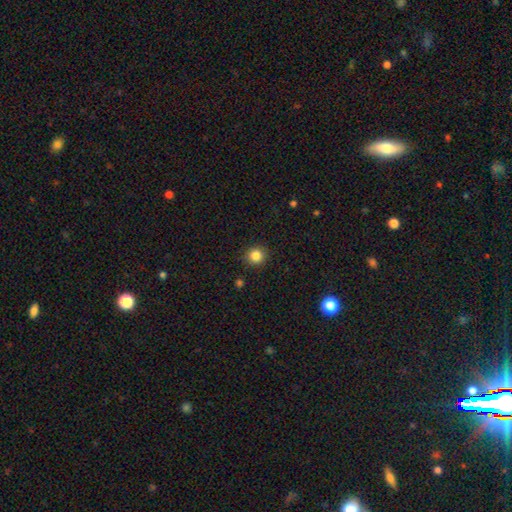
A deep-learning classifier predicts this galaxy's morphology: smooth 84%, star or artifact 11%, featured or disk 5%. Down the decision tree: how rounded — round (92%); merging — none (91%).